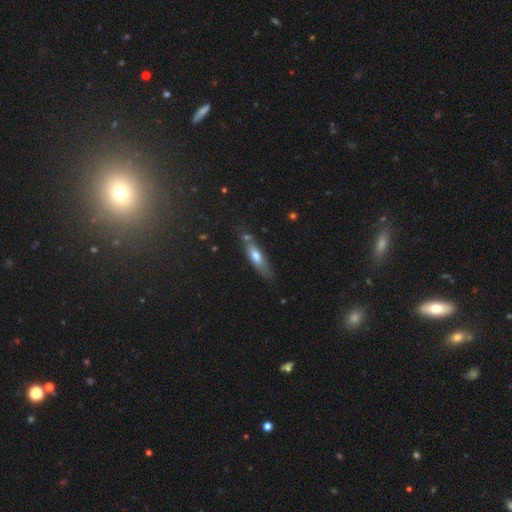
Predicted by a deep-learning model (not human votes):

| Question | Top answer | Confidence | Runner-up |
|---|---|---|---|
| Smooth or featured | smooth | 61% | featured or disk (32%) |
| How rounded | cigar-shaped | 58% | in between (40%) |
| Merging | none | 67% | minor disturbance (21%) |